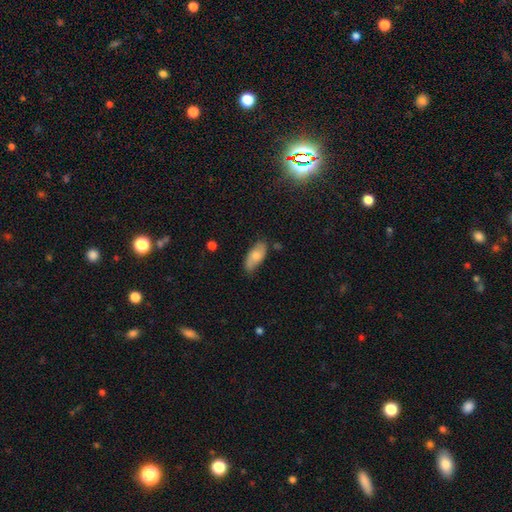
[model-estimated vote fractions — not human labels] Smooth or featured? Predicted: smooth (p=0.68). How rounded? Predicted: in between (p=0.87). Merging? Predicted: none (p=0.68).